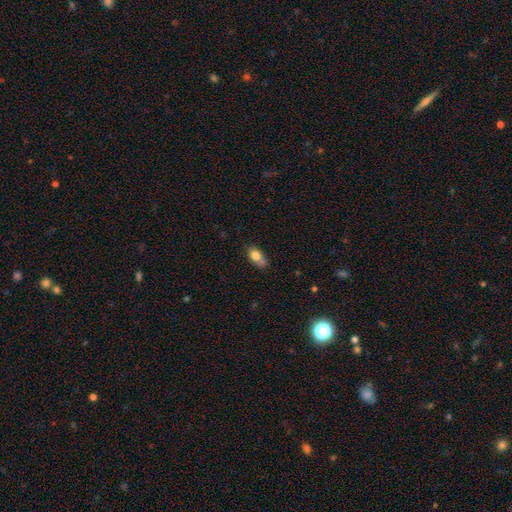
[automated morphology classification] A smooth galaxy with no disk features (78%) that is in between round and cigar-shaped (79%).

Vote fractions:
- Smooth or featured? smooth: 78% / featured or disk: 13% / star or artifact: 9%
- How rounded? in between: 79% / round: 15% / cigar-shaped: 5%
- Merging? none: 48% / minor disturbance: 29% / merger: 15% / major disturbance: 8%